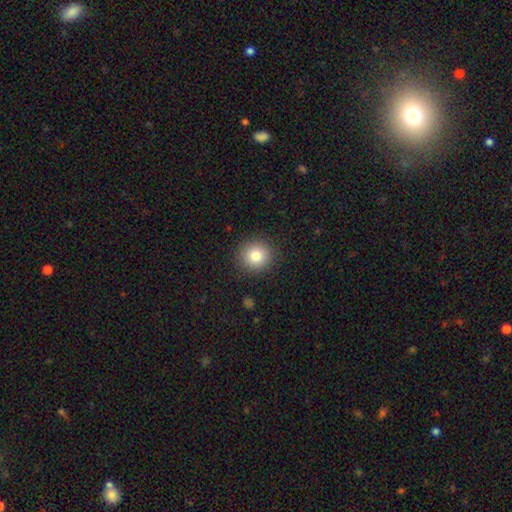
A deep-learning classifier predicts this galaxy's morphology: smooth 80%, star or artifact 11%, featured or disk 8%. Down the decision tree: how rounded — round (91%); merging — none (90%).